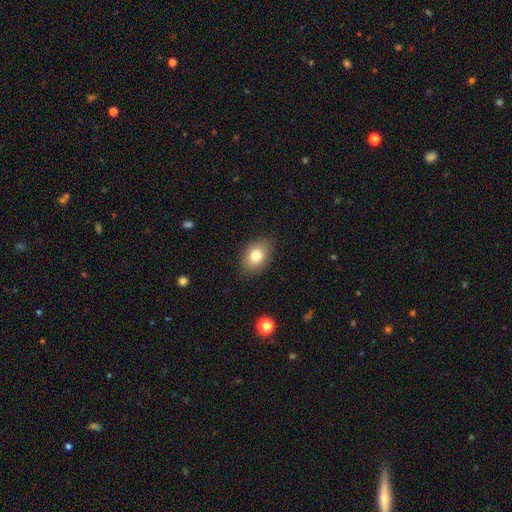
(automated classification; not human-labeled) Morphology: type=smooth (80%); roundness=in between (77%); merging=none (86%).